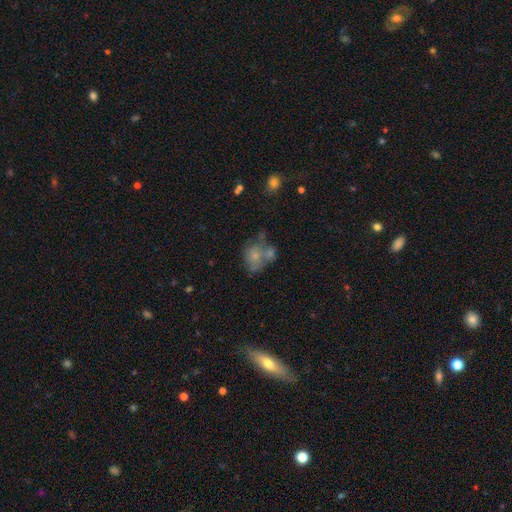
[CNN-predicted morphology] Smooth or featured?
  - smooth: 61% *
  - featured or disk: 28%
  - star or artifact: 11%
How rounded?
  - in between: 50% *
  - round: 49%
  - cigar-shaped: 1%
Merging?
  - merger: 44% *
  - none: 27%
  - minor disturbance: 17%
  - major disturbance: 12%